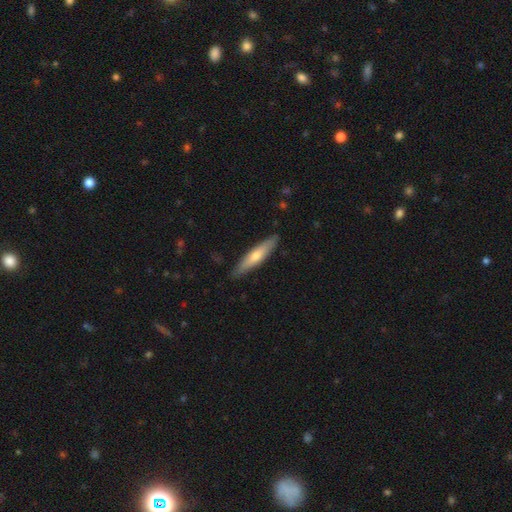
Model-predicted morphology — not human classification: smooth-or-featured: smooth: 54% | featured or disk: 41% | star or artifact: 5%
  how-rounded: cigar-shaped: 84% | in between: 14% | round: 1%
  merging: none: 88% | minor disturbance: 10% | major disturbance: 2% | merger: 1%